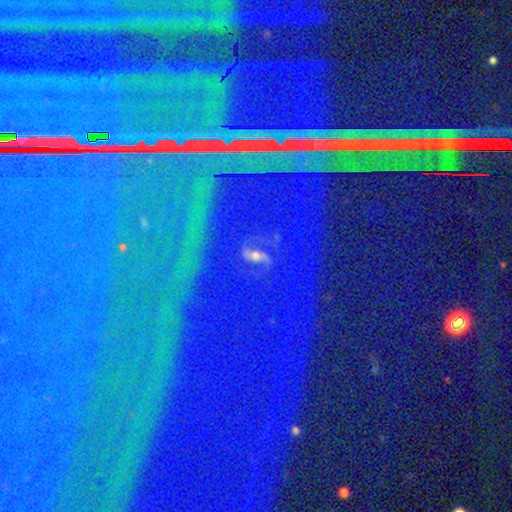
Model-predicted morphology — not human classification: The model was most divided on "smooth or featured": star or artifact: 43%, featured or disk: 38%, smooth: 19%.